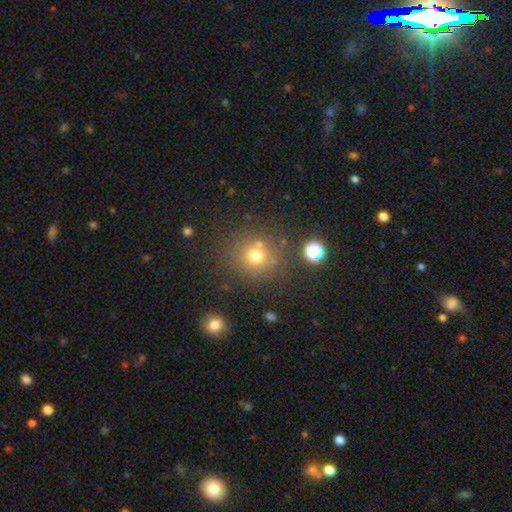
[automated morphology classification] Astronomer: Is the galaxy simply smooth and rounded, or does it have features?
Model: smooth — 70%.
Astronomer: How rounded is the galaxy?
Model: round — 90%.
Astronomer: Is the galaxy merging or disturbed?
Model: none — 77%.